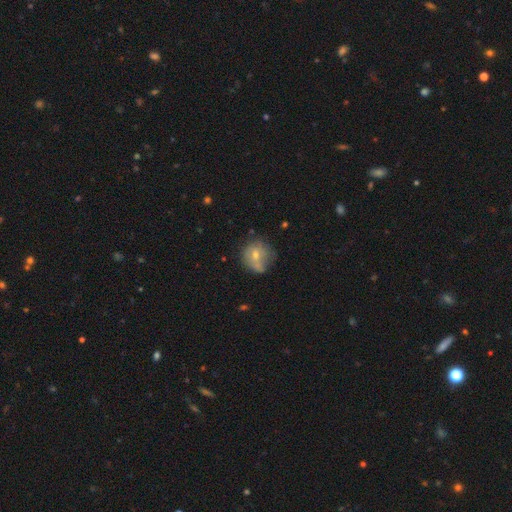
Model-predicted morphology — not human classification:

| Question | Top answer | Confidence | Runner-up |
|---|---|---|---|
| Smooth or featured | smooth | 60% | featured or disk (30%) |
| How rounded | round | 79% | in between (20%) |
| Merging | none | 52% | minor disturbance (29%) |